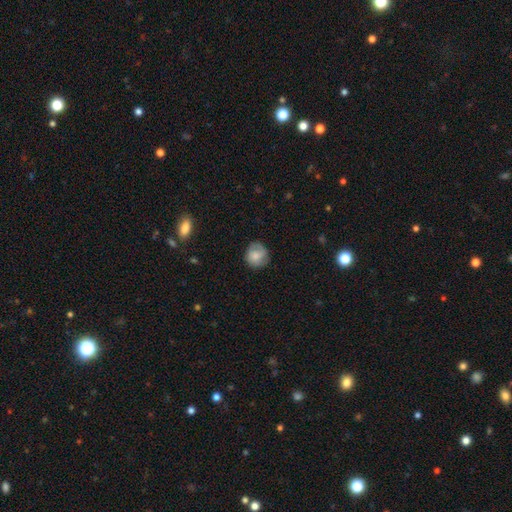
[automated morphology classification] Q: Smooth or featured?
A: smooth (68%); runner-up: featured or disk (24%)
Q: How rounded?
A: round (84%); runner-up: in between (15%)
Q: Merging?
A: none (71%); runner-up: minor disturbance (21%)